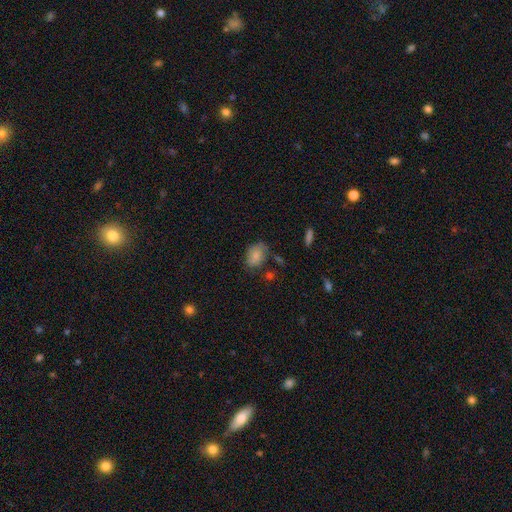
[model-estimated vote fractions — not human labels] A smooth galaxy with no disk features (80%) that is in between round and cigar-shaped (79%). Merging: none (60%).